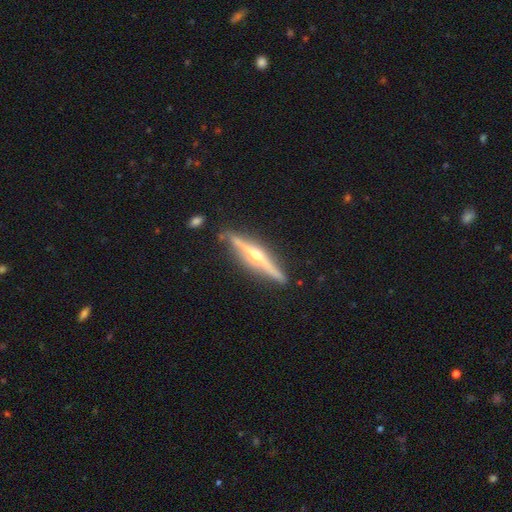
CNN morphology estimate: Q: Smooth or featured?
A: featured or disk (84%); runner-up: smooth (11%)
Q: Edge-on disk?
A: yes (97%); runner-up: no (3%)
Q: Edge-on bulge?
A: rounded (94%); runner-up: none (4%)
Q: Merging?
A: none (86%); runner-up: minor disturbance (10%)